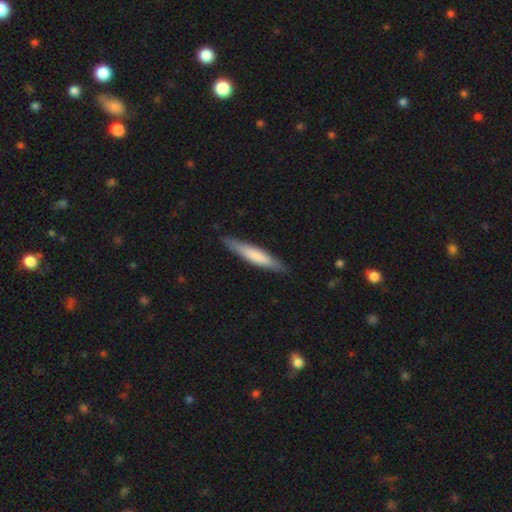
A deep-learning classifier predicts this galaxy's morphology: Smooth or featured? Predicted: smooth (p=0.69). How rounded? Predicted: cigar-shaped (p=0.90). Merging? Predicted: none (p=0.88).